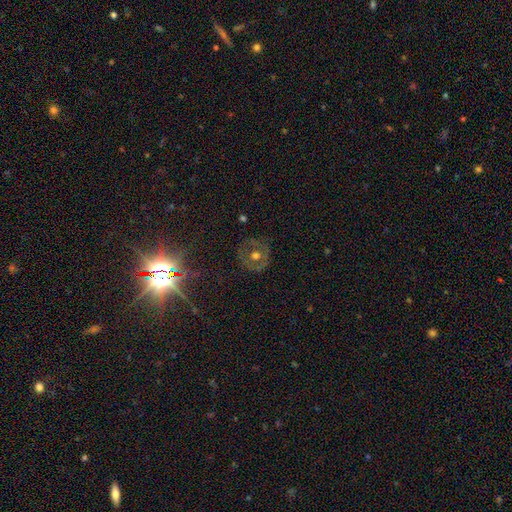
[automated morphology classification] Smooth or featured? featured or disk (45%)
Merging? none (78%)